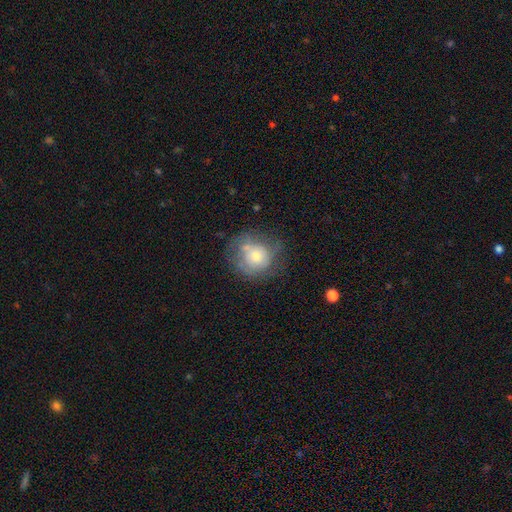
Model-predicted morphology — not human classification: smooth_or_featured: smooth (p=0.48) [alt: featured or disk p=0.42]
merging: none (p=0.57) [alt: minor disturbance p=0.23]